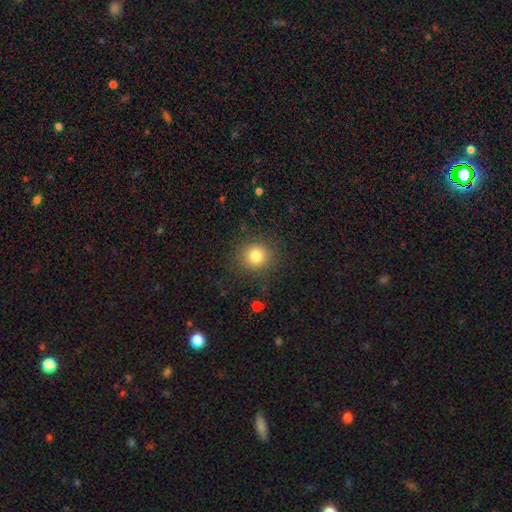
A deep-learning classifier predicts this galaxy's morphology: Q: Smooth or featured?
A: smooth (83%); runner-up: star or artifact (11%)
Q: How rounded?
A: round (89%); runner-up: in between (10%)
Q: Merging?
A: none (88%); runner-up: minor disturbance (8%)